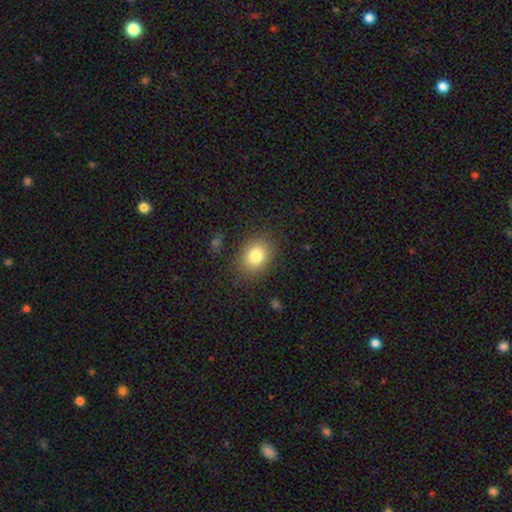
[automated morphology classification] Overall: smooth (81%). How rounded: round (50%; in between 49%). Merging: none (84%).